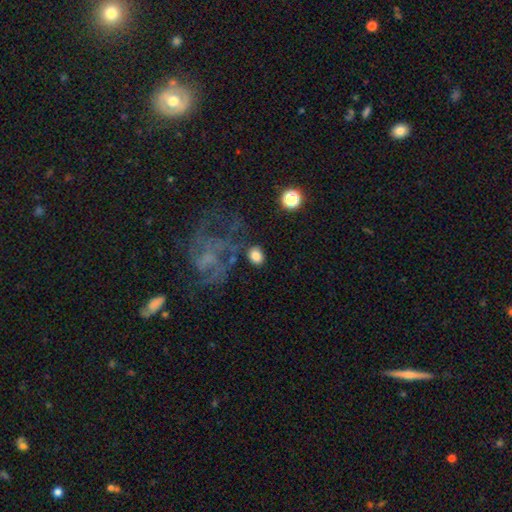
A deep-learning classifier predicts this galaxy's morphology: Overall: smooth (80%). How rounded: in between (52%; round 47%). Merging: none (74%).